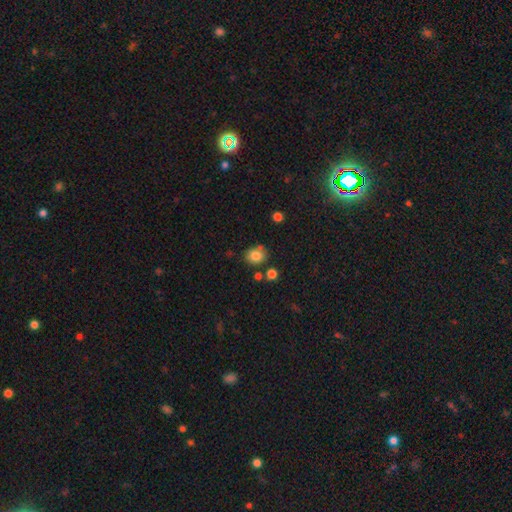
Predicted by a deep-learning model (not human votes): smooth_or_featured: smooth (p=0.81) [alt: star or artifact p=0.11]
how_rounded: round (p=0.61) [alt: in between p=0.38]
merging: none (p=0.73) [alt: minor disturbance p=0.13]